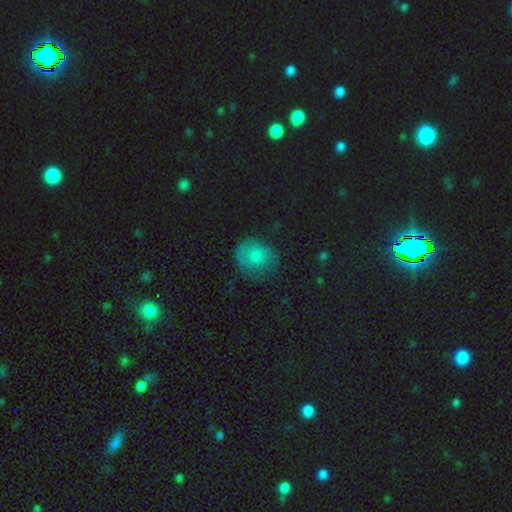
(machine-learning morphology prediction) The model was most divided on "how rounded": round: 70%, in between: 29%, cigar-shaped: 1%. More confident: merging — none (68%); smooth or featured — smooth (66%).